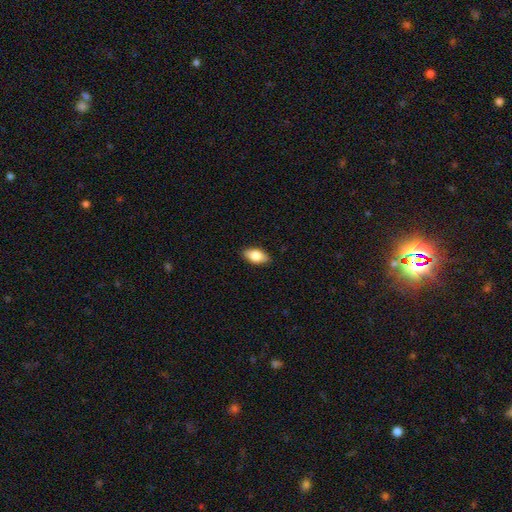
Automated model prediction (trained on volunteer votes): smooth-or-featured: smooth: 80% | featured or disk: 13% | star or artifact: 7%
  how-rounded: in between: 91% | round: 5% | cigar-shaped: 4%
  merging: none: 87% | minor disturbance: 10% | major disturbance: 2% | merger: 1%